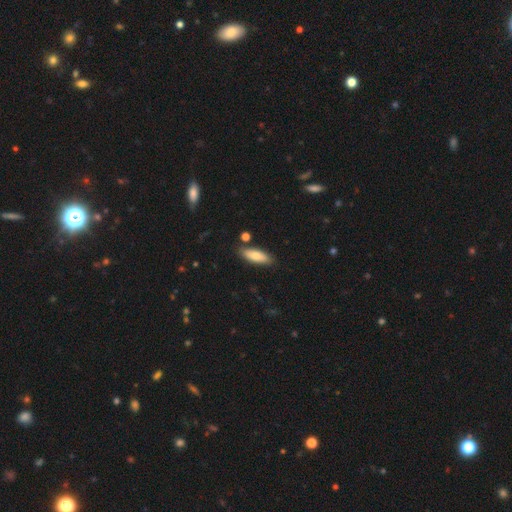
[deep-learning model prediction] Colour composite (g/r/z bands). It shows a smooth galaxy with no disk features (78%) that is in between round and cigar-shaped (61%). Merging: none (83%).